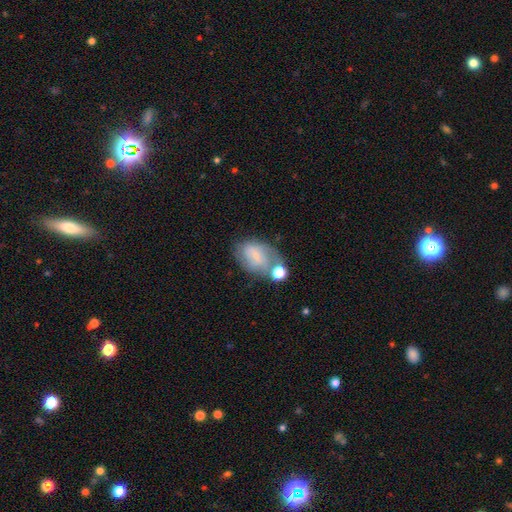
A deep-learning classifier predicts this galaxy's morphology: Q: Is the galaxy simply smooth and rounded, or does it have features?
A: featured or disk — 46%.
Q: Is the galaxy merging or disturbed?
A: none — 41%.